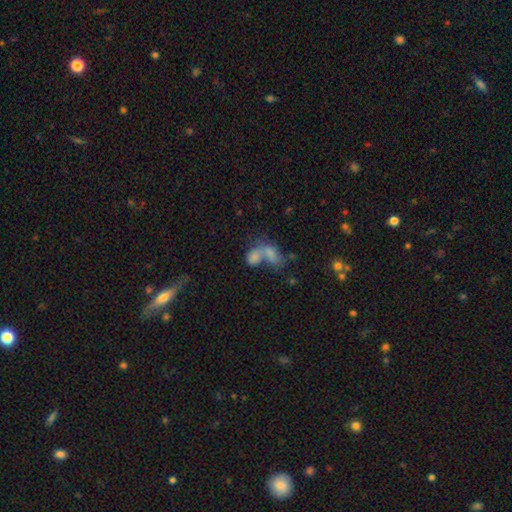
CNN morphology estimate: Smooth or featured? smooth (74%)
How rounded? in between (81%)
Merging? merger (69%)